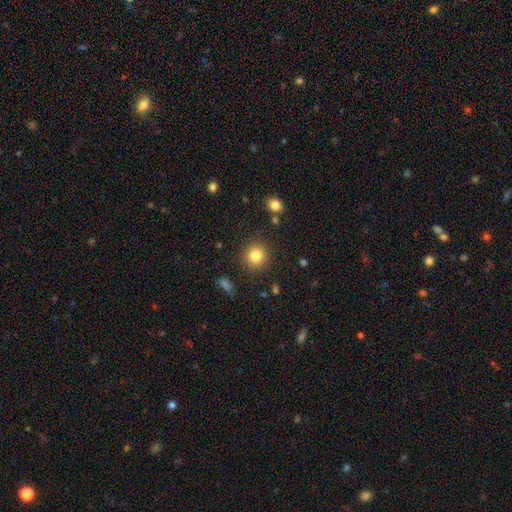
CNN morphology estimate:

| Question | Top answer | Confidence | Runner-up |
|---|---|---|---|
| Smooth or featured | smooth | 82% | star or artifact (11%) |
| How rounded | round | 91% | in between (8%) |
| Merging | none | 89% | minor disturbance (7%) |